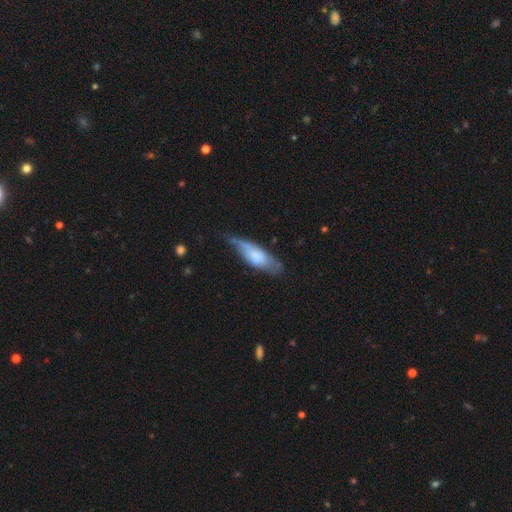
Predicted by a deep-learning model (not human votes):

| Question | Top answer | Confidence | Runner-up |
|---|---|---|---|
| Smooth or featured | smooth | 62% | featured or disk (32%) |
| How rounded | in between | 63% | cigar-shaped (35%) |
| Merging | none | 44% | minor disturbance (38%) |